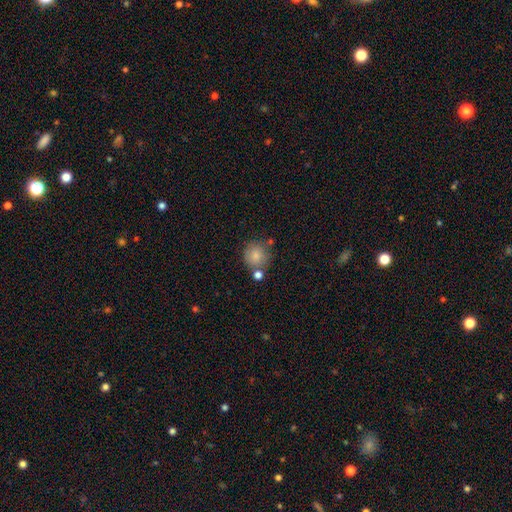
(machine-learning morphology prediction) smooth 82%, star or artifact 9%, featured or disk 9%. Down the decision tree: how rounded — round (89%); merging — none (66%).